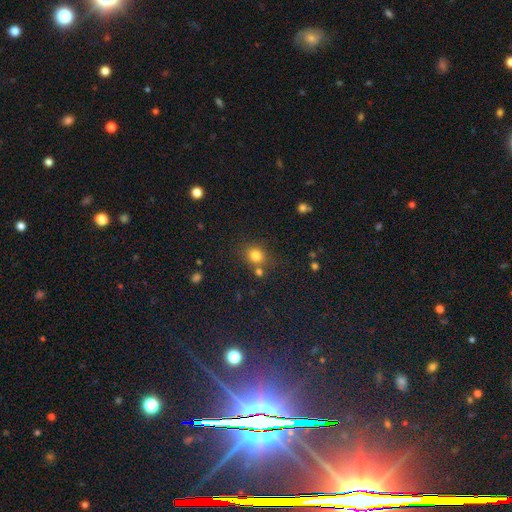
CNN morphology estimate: smooth 79%, star or artifact 14%, featured or disk 7%. Down the decision tree: how rounded — round (77%); merging — none (70%).